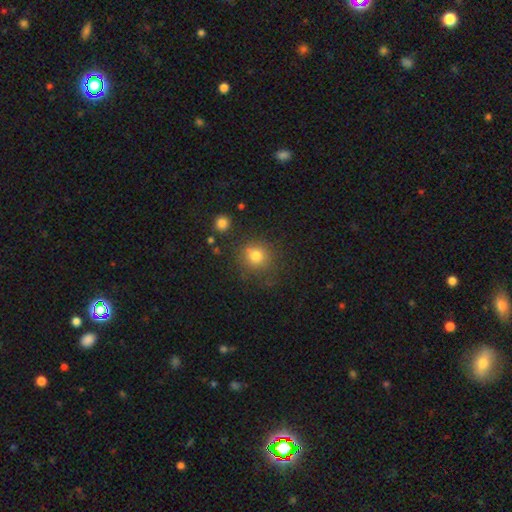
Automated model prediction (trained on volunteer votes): Smooth or featured: smooth — 78% (star or artifact — 13%)
How rounded: round — 86% (in between — 13%)
Merging: none — 74% (minor disturbance — 15%)